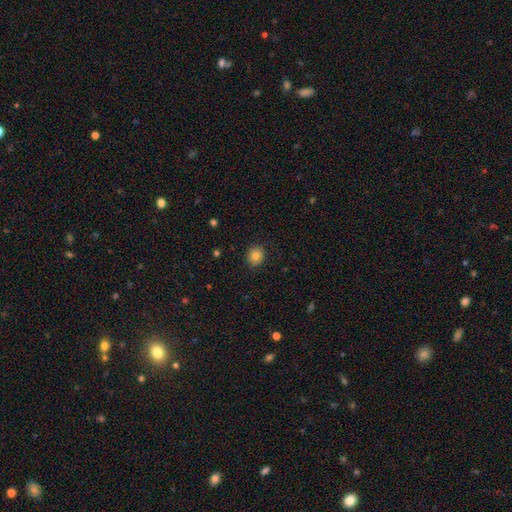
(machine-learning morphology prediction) Overall: smooth (81%). How rounded: round (82%). Merging: none (89%).